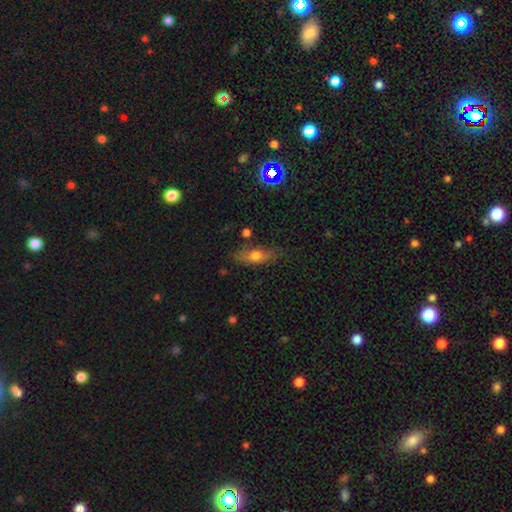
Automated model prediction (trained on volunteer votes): The model was most divided on "how rounded": in between: 63%, cigar-shaped: 32%, round: 5%. More confident: merging — none (75%); smooth or featured — smooth (65%).